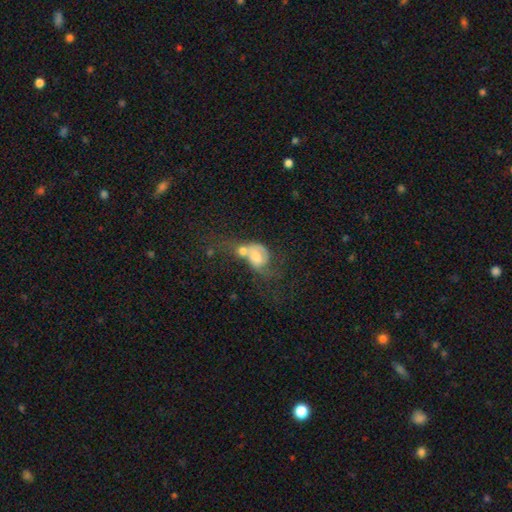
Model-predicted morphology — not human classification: Smooth or featured?
  - smooth: 46% *
  - featured or disk: 43%
  - star or artifact: 11%
Merging?
  - merger: 59% *
  - major disturbance: 19%
  - none: 13%
  - minor disturbance: 9%